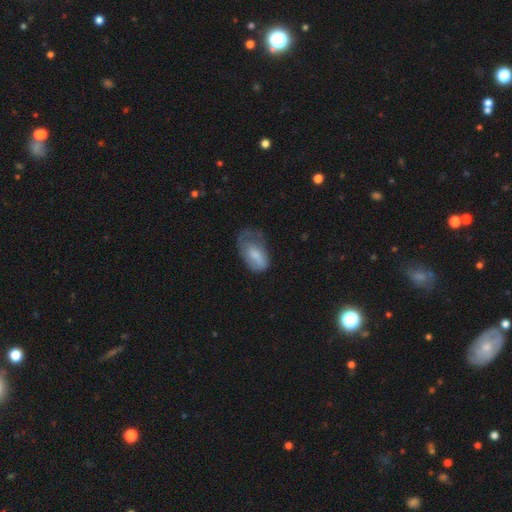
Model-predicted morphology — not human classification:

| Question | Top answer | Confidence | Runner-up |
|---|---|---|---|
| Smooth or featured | smooth | 65% | featured or disk (27%) |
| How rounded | in between | 91% | round (6%) |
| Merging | major disturbance | 35% | tied: minor disturbance (35%) |